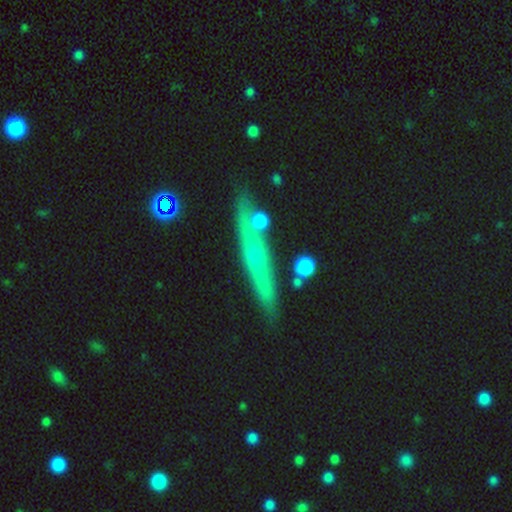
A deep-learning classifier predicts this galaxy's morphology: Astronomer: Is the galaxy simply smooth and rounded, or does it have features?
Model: featured or disk — 66%.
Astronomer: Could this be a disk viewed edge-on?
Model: yes — 90%.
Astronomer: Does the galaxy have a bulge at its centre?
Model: rounded — 70%.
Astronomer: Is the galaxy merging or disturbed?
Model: none — 81%.